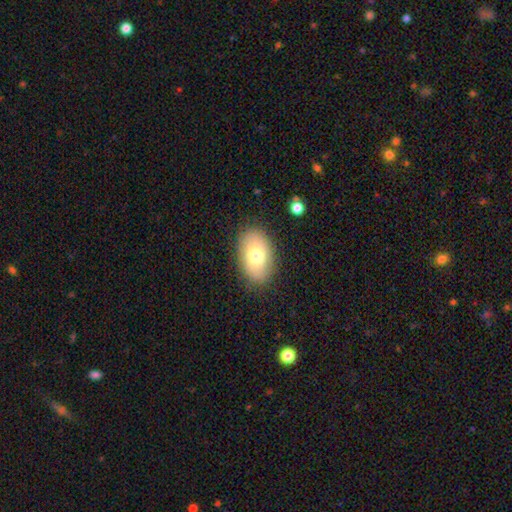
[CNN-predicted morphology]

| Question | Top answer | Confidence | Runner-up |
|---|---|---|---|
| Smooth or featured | smooth | 72% | featured or disk (20%) |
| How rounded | in between | 89% | round (10%) |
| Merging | none | 84% | minor disturbance (11%) |